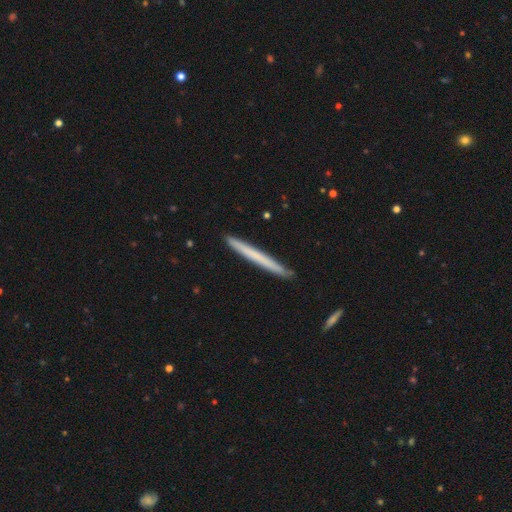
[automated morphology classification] The model was most divided on "smooth or featured": smooth: 58%, featured or disk: 36%, star or artifact: 6%. More confident: how rounded — cigar-shaped (98%); merging — none (91%).